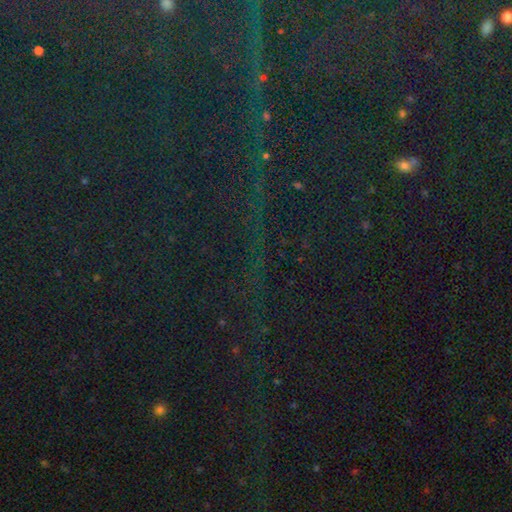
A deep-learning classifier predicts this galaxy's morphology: Smooth or featured? star or artifact (86%)